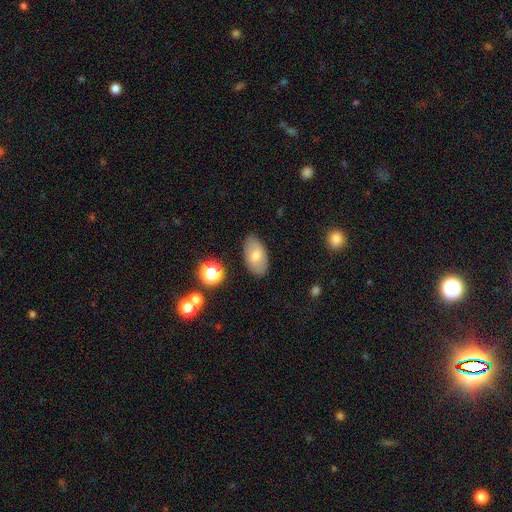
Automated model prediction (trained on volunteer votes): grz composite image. It shows a smooth galaxy with no disk features (67%) that is in between round and cigar-shaped (92%). Merging: none (84%).